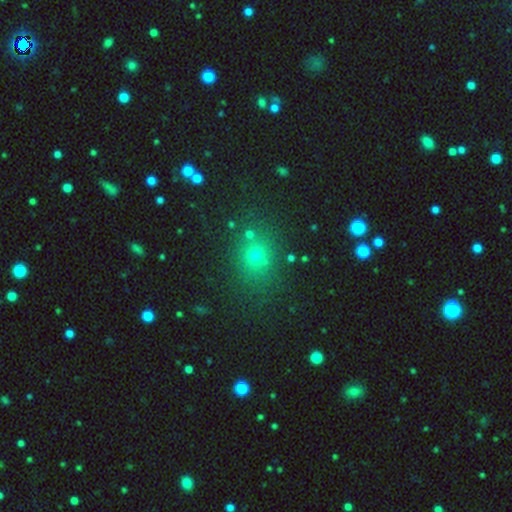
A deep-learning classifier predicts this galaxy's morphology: smooth_or_featured: smooth (p=0.66) [alt: star or artifact p=0.24]
how_rounded: round (p=0.74) [alt: in between p=0.25]
merging: none (p=0.80) [alt: minor disturbance p=0.10]